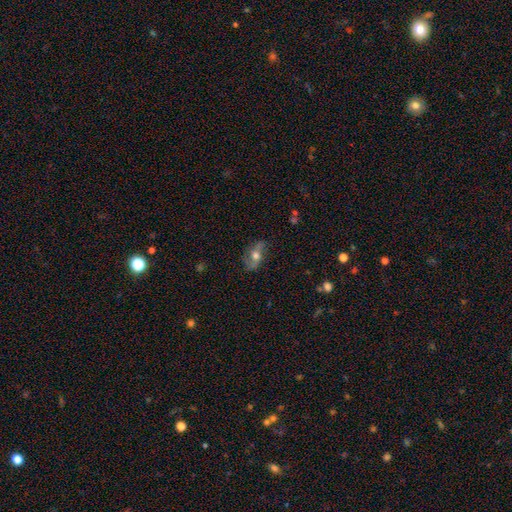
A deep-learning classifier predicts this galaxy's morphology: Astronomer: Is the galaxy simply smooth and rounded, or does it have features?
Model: featured or disk — 56% (runner-up: smooth, 35%).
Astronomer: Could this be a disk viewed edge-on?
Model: no — 86%.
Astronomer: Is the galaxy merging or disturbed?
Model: none — 71%.